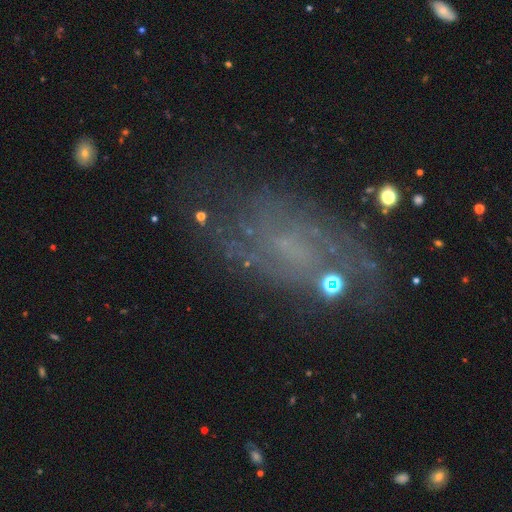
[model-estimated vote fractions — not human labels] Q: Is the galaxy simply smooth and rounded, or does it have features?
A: featured or disk — 69%.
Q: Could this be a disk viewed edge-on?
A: no — 95%.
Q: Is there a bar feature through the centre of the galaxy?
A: no — 57%.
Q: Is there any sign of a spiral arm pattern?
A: yes — 82%.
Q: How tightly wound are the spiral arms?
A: medium — 41%.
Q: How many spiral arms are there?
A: can't tell — 40%.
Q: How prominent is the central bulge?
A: none — 48%.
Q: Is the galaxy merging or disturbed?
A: none — 64%.